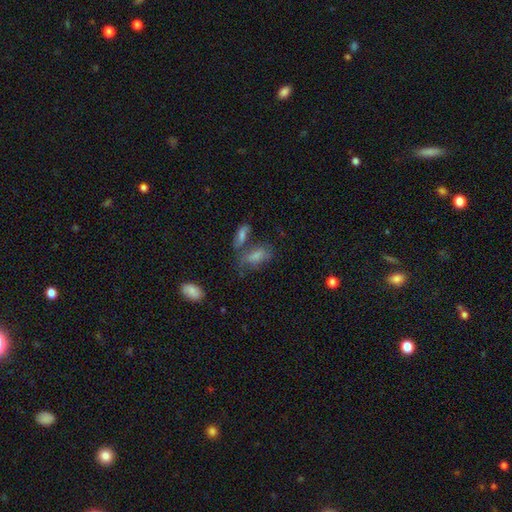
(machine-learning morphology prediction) Q: Smooth or featured?
A: smooth (55%); runner-up: featured or disk (26%)
Q: How rounded?
A: in between (79%); runner-up: cigar-shaped (14%)
Q: Merging?
A: none (44%); runner-up: merger (27%)